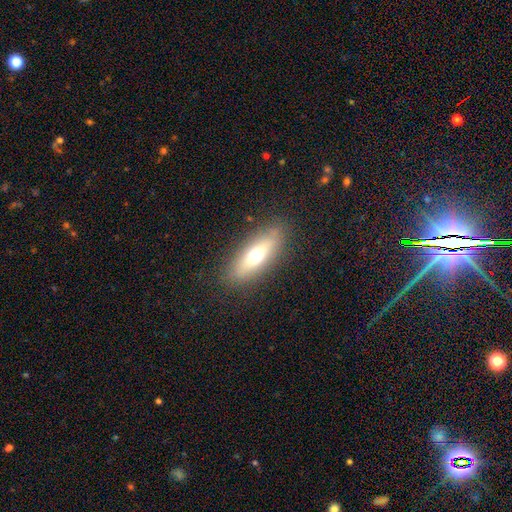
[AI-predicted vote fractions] The model was most divided on "how rounded": in between: 57%, cigar-shaped: 39%, round: 4%. More confident: merging — none (85%); smooth or featured — smooth (57%).